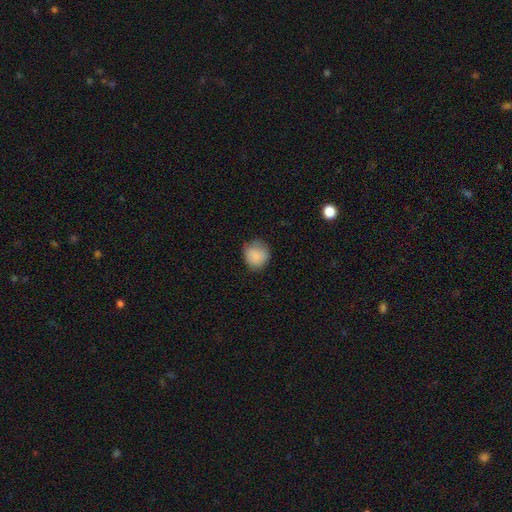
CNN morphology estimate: smooth-or-featured: smooth: 86% | star or artifact: 8% | featured or disk: 6%
  how-rounded: round: 83% | in between: 16% | cigar-shaped: 1%
  merging: none: 69% | minor disturbance: 24% | major disturbance: 6% | merger: 1%